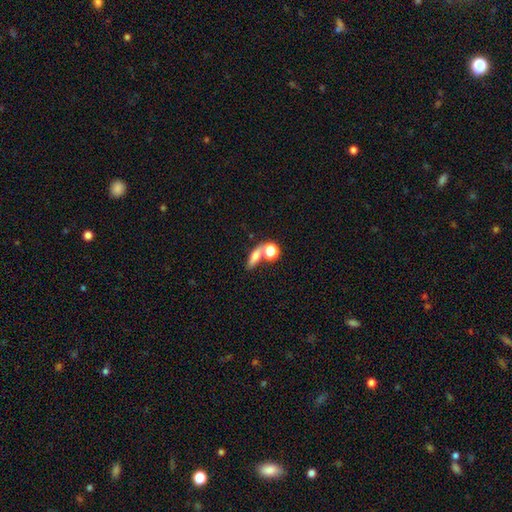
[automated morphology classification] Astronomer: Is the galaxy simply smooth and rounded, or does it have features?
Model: smooth — 65%.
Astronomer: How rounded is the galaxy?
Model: in between — 45% (runner-up: cigar-shaped, 32%).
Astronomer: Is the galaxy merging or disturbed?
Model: none — 51% (runner-up: merger, 32%).